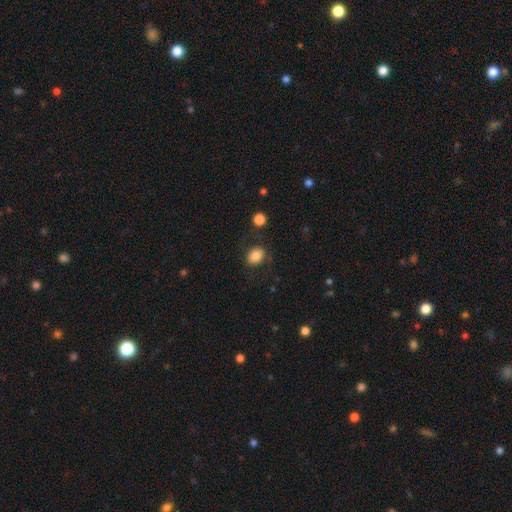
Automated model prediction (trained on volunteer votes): smooth_or_featured: smooth (p=0.82) [alt: star or artifact p=0.10]
how_rounded: round (p=0.53) [alt: in between p=0.46]
merging: none (p=0.78) [alt: minor disturbance p=0.14]